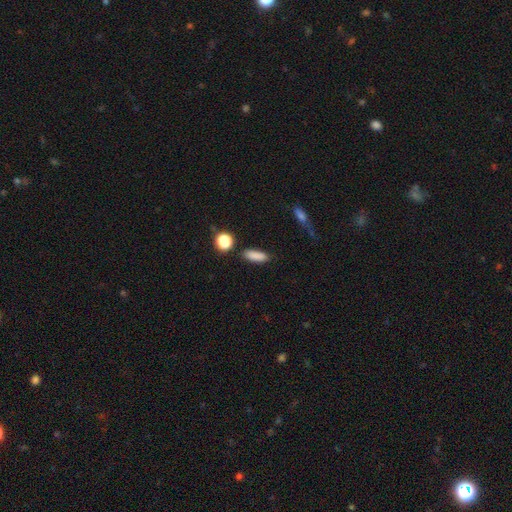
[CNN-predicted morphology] Overall: smooth (86%). How rounded: in between (58%; cigar-shaped 37%). Merging: none (84%).